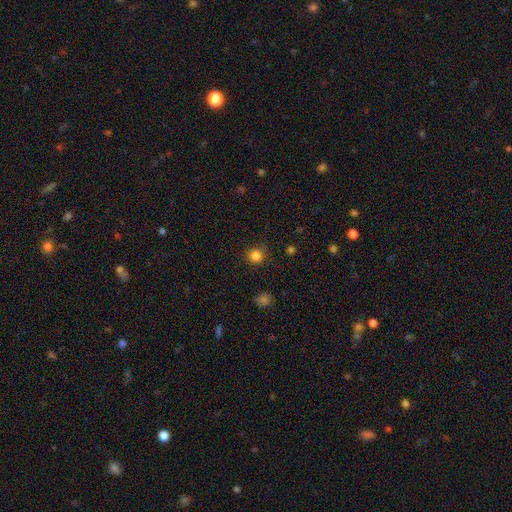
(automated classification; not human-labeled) smooth 83%, star or artifact 13%, featured or disk 4%. Down the decision tree: how rounded — round (92%); merging — none (87%).